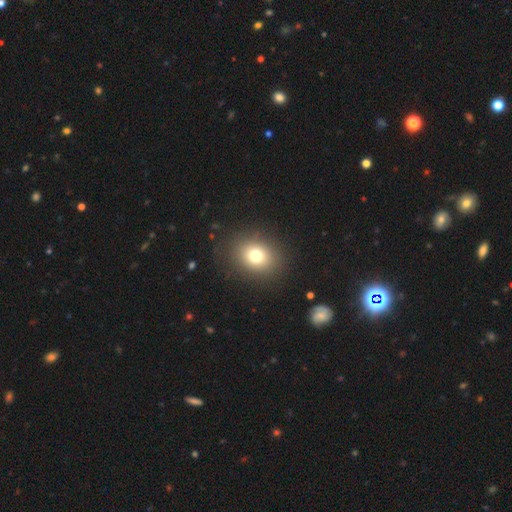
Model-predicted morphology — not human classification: smooth-or-featured: smooth: 75% | star or artifact: 13% | featured or disk: 11%
  how-rounded: round: 57% | in between: 42% | cigar-shaped: 1%
  merging: none: 86% | minor disturbance: 9% | major disturbance: 4% | merger: 1%